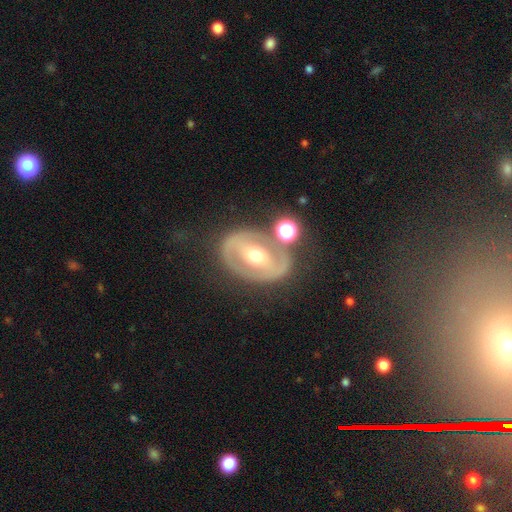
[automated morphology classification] smooth-or-featured: featured or disk: 76% | smooth: 17% | star or artifact: 7%
  disk-edge-on: no: 95% | yes: 5%
    bar: strong: 42% | weak: 31% | no: 27%
    has-spiral-arms: yes: 57% | no: 43%
    bulge-size: moderate: 65% | small: 29% | large: 4% | dominant: 1% | none: 1%
  merging: none: 67% | minor disturbance: 16% | major disturbance: 10% | merger: 8%